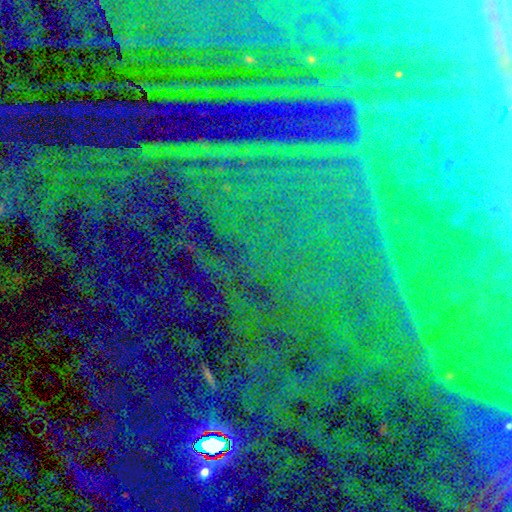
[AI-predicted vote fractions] Smooth or featured? star or artifact (87%)